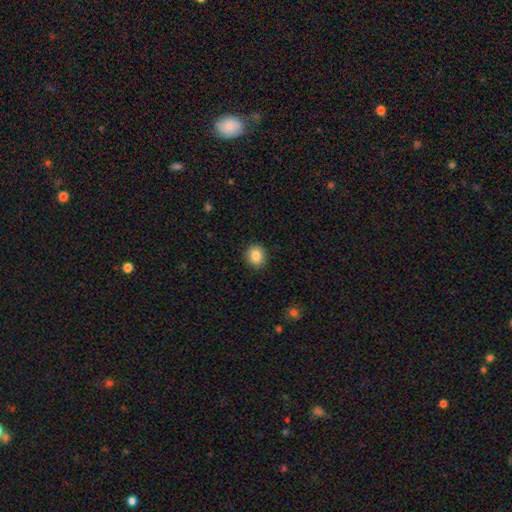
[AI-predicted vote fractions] smooth-or-featured: smooth: 85% | star or artifact: 9% | featured or disk: 6%
  how-rounded: round: 73% | in between: 26% | cigar-shaped: 1%
  merging: none: 91% | minor disturbance: 6% | major disturbance: 2% | merger: 1%